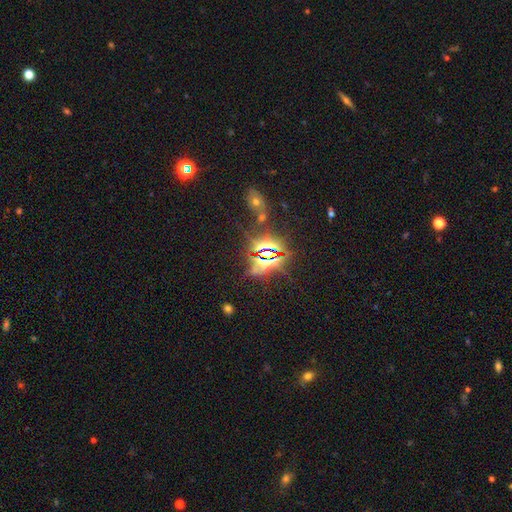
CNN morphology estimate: Smooth or featured? Predicted: star or artifact (p=0.84).